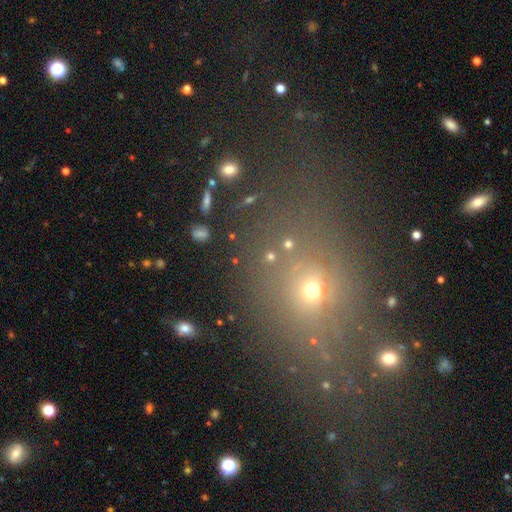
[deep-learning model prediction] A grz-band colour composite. It shows a smooth galaxy with no disk features (45%). Merging: none (67%).